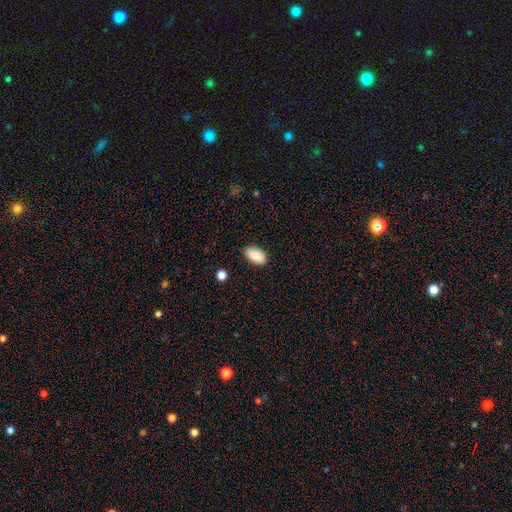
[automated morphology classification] This is clearly a smooth galaxy (86%). How rounded: clearly in between (94%). Merging: clearly none (85%).